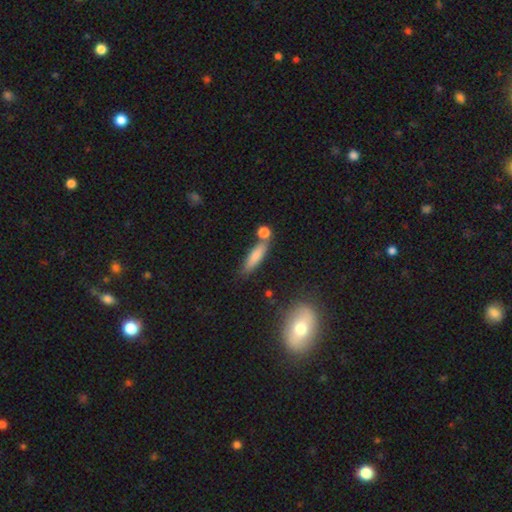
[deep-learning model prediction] A smooth galaxy with no disk features (77%) that is cigar-shaped (67%). Merging: none (69%).